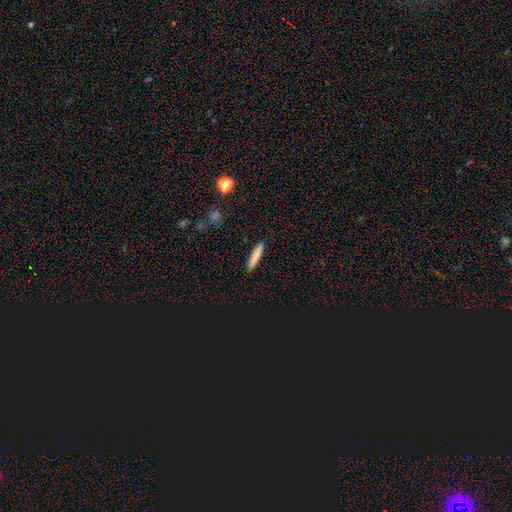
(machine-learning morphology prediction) type=smooth (83%); roundness=cigar-shaped (91%); merging=none (91%).